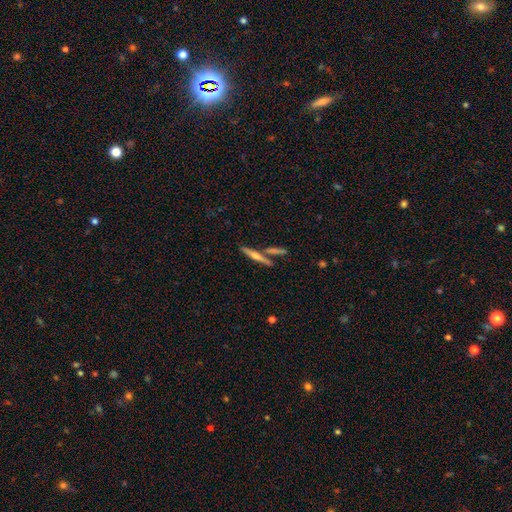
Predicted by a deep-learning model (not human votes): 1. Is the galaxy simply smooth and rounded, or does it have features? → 61% featured or disk, 32% smooth, 7% star or artifact.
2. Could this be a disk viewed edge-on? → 96% yes, 4% no.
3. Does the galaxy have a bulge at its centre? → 79% rounded, 13% none, 7% boxy.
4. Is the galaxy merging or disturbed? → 74% none, 16% merger, 8% minor disturbance, 3% major disturbance.